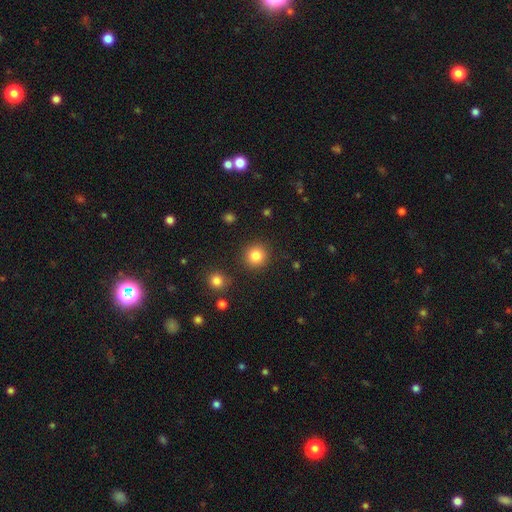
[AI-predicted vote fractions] Overall: smooth (84%). How rounded: round (93%). Merging: none (89%).